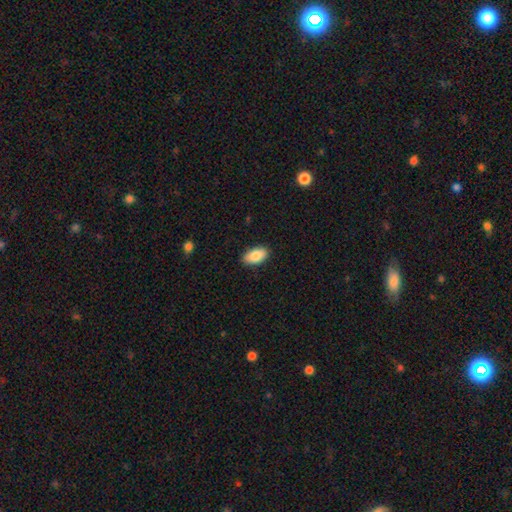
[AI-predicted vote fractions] This appears to be a smooth galaxy with no disk features (86%) that is in between round and cigar-shaped (94%). Merging: none (88%).